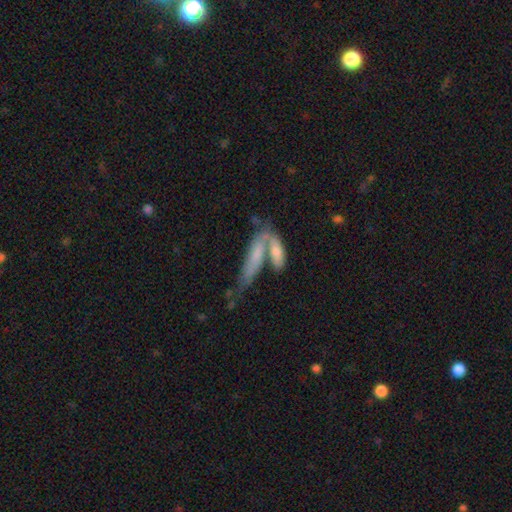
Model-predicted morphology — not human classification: Overall: smooth (60%; featured or disk 33%). How rounded: cigar-shaped (62%; in between 35%). Merging: merger (52%; none 29%).